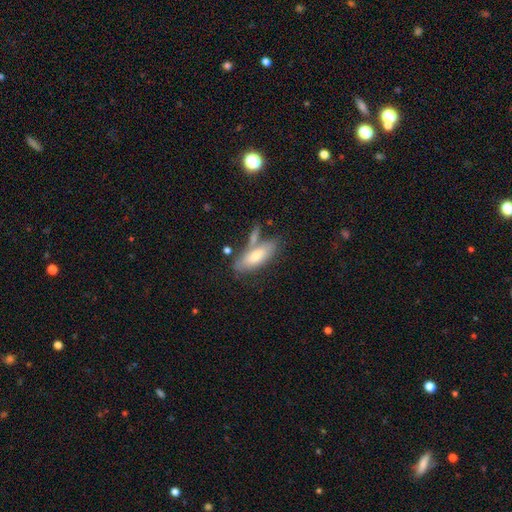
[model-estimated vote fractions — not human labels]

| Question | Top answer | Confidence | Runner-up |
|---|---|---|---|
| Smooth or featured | smooth | 70% | featured or disk (24%) |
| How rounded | in between | 75% | cigar-shaped (23%) |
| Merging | none | 55% | merger (19%) |